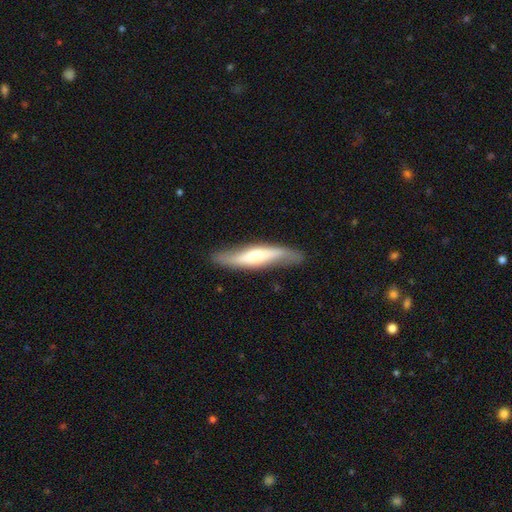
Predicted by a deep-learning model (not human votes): Overall: featured or disk (57%; smooth 38%). Edge-on disk: yes (67%; no 33%). Merging: none (79%).